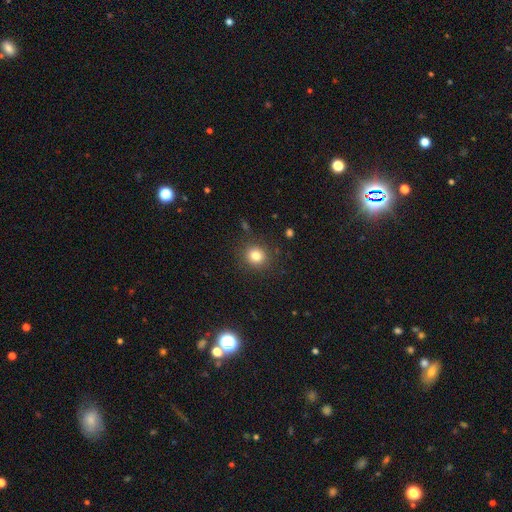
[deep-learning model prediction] smooth_or_featured: smooth (p=0.81) [alt: star or artifact p=0.12]
how_rounded: round (p=0.87) [alt: in between p=0.12]
merging: none (p=0.88) [alt: minor disturbance p=0.08]